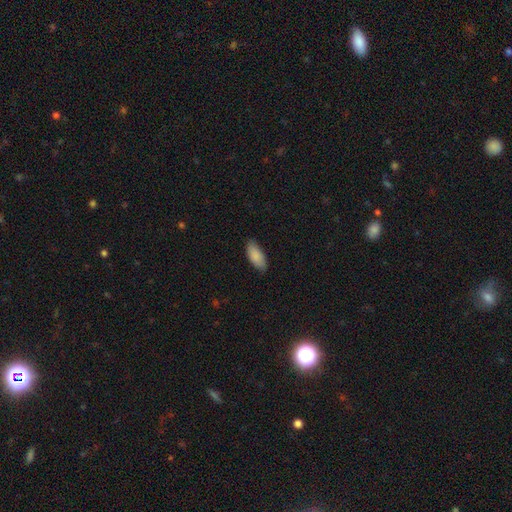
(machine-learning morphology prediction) Smooth or featured?
  - smooth: 87% *
  - featured or disk: 7%
  - star or artifact: 6%
How rounded?
  - in between: 88% *
  - cigar-shaped: 10%
  - round: 2%
Merging?
  - none: 82% *
  - minor disturbance: 14%
  - major disturbance: 2%
  - merger: 1%